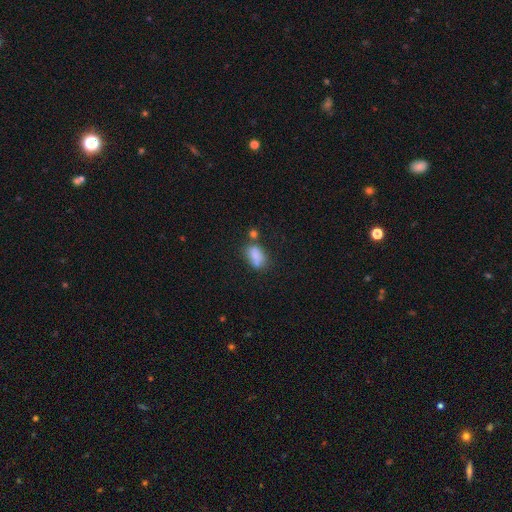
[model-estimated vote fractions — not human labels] Overall: smooth (79%). How rounded: in between (84%). Merging: none (46%; merger 25%).